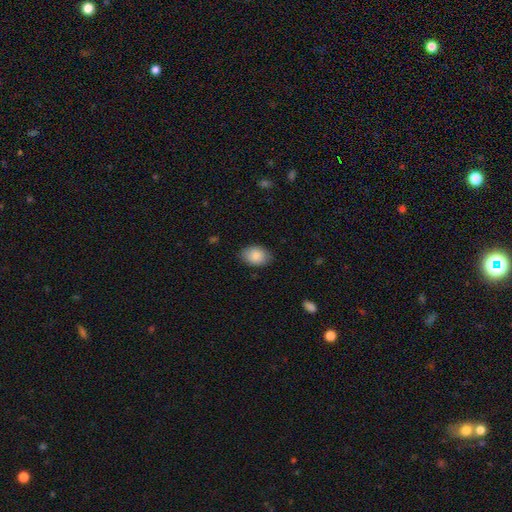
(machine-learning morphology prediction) Smooth or featured: smooth — 88% (star or artifact — 7%)
How rounded: in between — 84% (round — 15%)
Merging: none — 83% (minor disturbance — 13%)